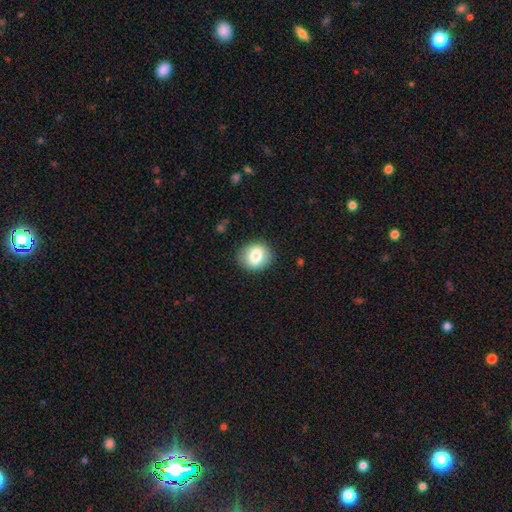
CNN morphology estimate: A smooth galaxy with no disk features (79%) that is round (72%). Merging: none (88%).